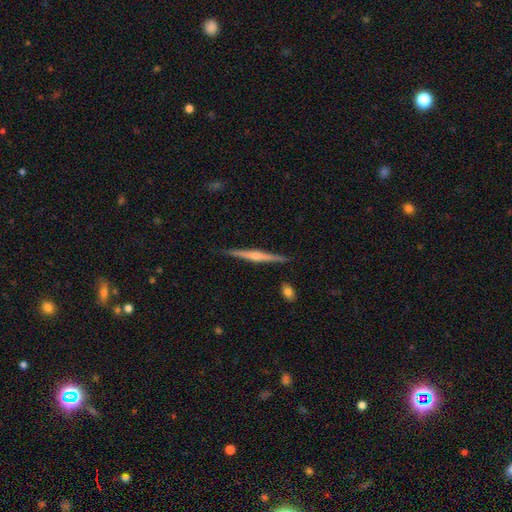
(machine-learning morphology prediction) Smooth or featured? Predicted: featured or disk (p=0.72). Edge-on disk? Predicted: yes (p=0.98). Edge-on bulge? Predicted: rounded (p=0.75). Merging? Predicted: none (p=0.89).